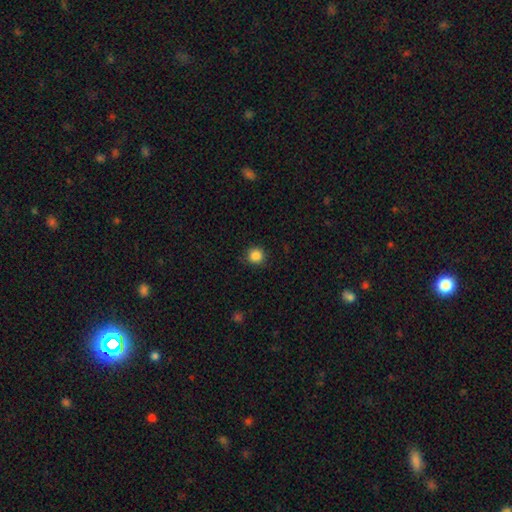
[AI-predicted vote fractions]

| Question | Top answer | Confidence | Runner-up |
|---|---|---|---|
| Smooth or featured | smooth | 86% | star or artifact (11%) |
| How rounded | round | 94% | in between (6%) |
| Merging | none | 89% | minor disturbance (8%) |